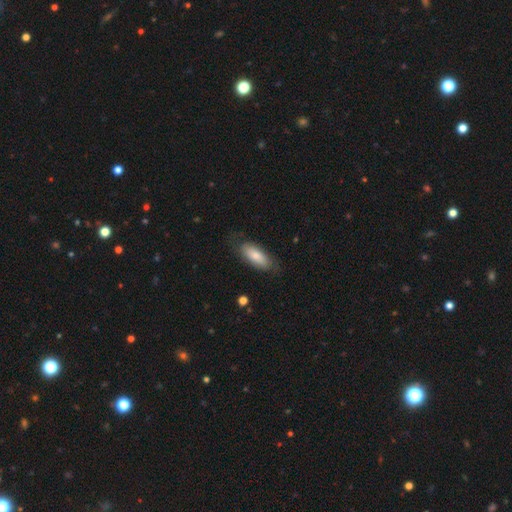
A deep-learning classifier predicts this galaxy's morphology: smooth_or_featured: smooth (p=0.78) [alt: featured or disk p=0.17]
how_rounded: in between (p=0.78) [alt: cigar-shaped p=0.20]
merging: none (p=0.74) [alt: minor disturbance p=0.19]